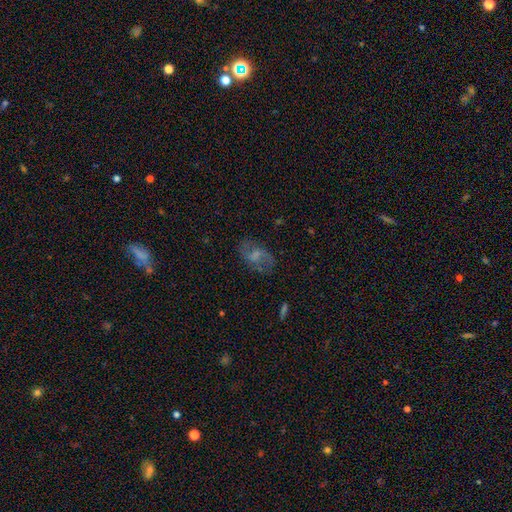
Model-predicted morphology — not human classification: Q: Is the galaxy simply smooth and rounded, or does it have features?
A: featured or disk — 51%.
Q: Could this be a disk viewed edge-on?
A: no — 95%.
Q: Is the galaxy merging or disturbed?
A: none — 69%.